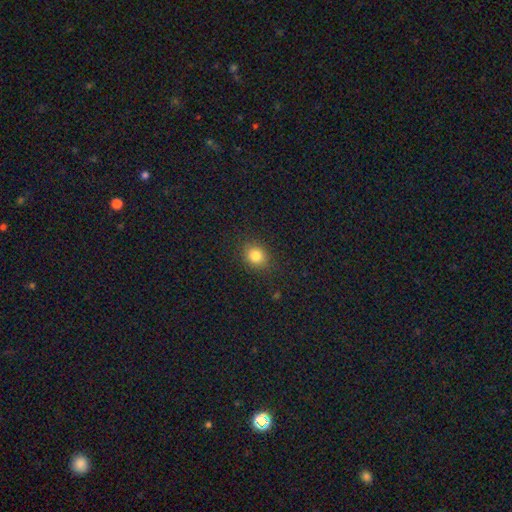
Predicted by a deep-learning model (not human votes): Smooth or featured: smooth — 82% (star or artifact — 12%)
How rounded: round — 63% (in between — 36%)
Merging: none — 86% (minor disturbance — 10%)